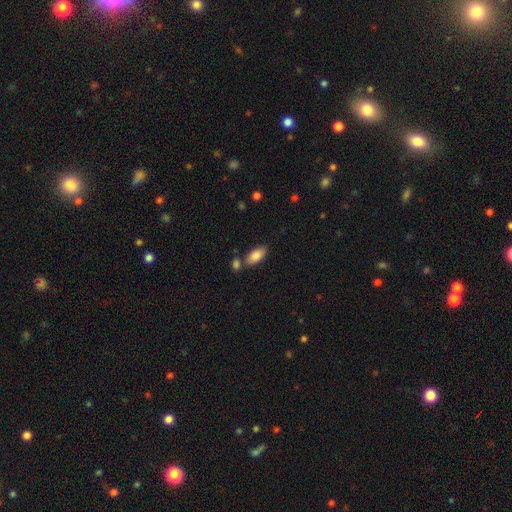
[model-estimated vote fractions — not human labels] A smooth galaxy with no disk features (84%) that is in between round and cigar-shaped (91%).

Vote fractions:
- Smooth or featured? smooth: 84% / featured or disk: 9% / star or artifact: 7%
- How rounded? in between: 91% / cigar-shaped: 6% / round: 3%
- Merging? none: 66% / merger: 18% / minor disturbance: 12% / major disturbance: 3%